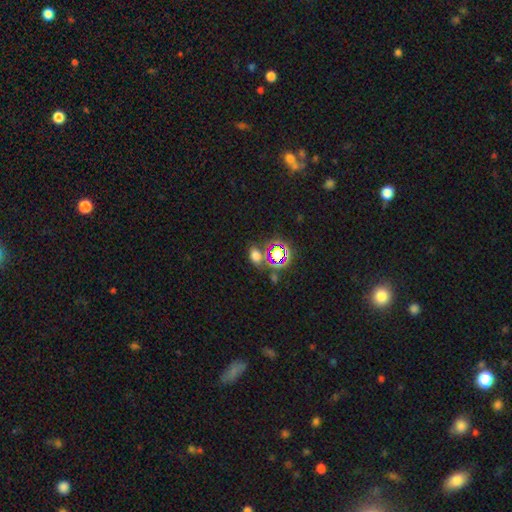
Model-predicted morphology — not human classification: Q: Smooth or featured?
A: smooth (57%); runner-up: star or artifact (35%)
Q: How rounded?
A: in between (70%); runner-up: round (28%)
Q: Merging?
A: none (68%); runner-up: merger (13%)